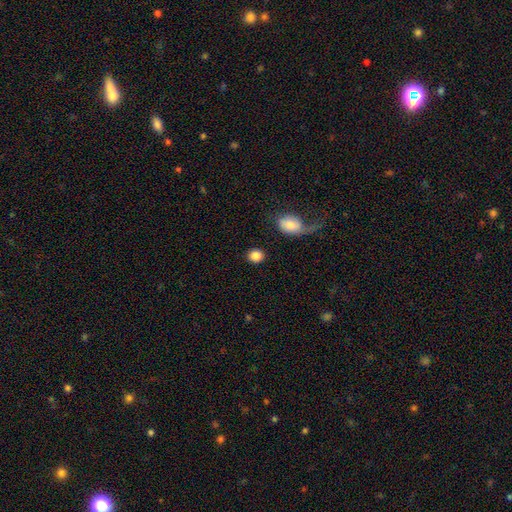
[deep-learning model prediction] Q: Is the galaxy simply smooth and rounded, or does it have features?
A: smooth — 87%.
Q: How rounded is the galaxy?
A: round — 75%.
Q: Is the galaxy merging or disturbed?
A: none — 86%.